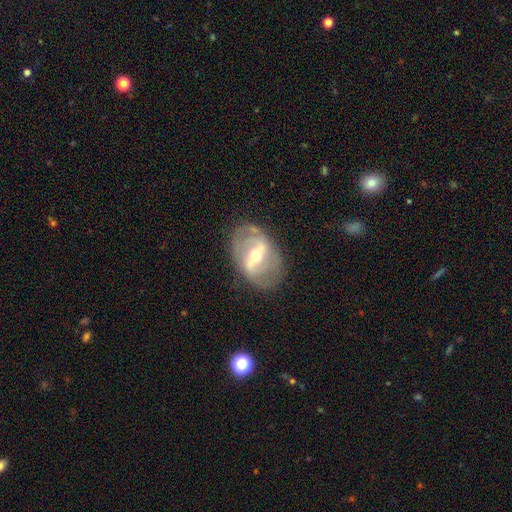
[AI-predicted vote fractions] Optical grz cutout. It shows a featured or disk galaxy (78%) with a strong bar (58%), spiral arms (65%) and a moderate central bulge (62%). Merging: none (73%).